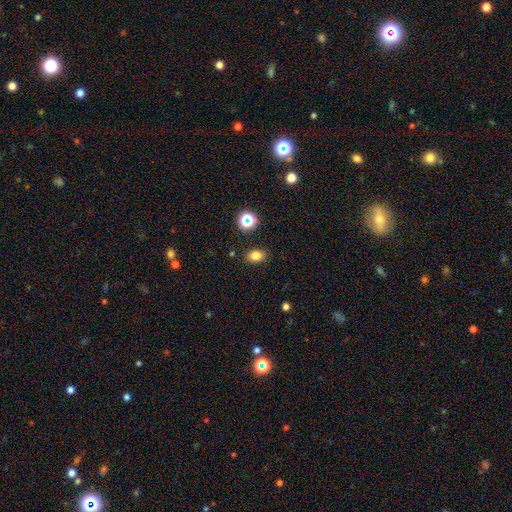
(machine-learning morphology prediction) smooth-or-featured: smooth: 79% | star or artifact: 15% | featured or disk: 7%
  how-rounded: in between: 70% | round: 29% | cigar-shaped: 1%
  merging: none: 86% | minor disturbance: 9% | major disturbance: 3% | merger: 2%